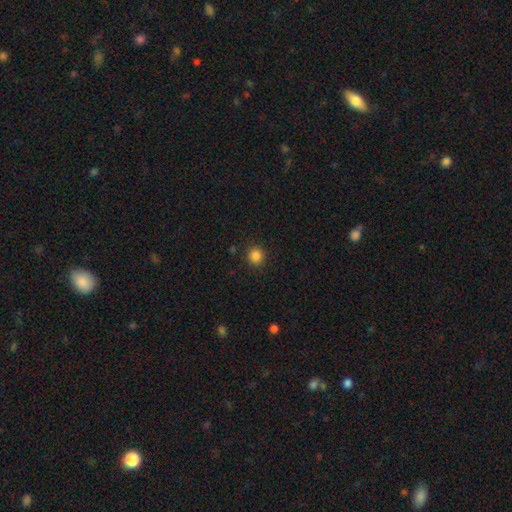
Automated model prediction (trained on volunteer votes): A smooth galaxy with no disk features (85%) that is round (91%).

Vote fractions:
- Smooth or featured? smooth: 85% / star or artifact: 11% / featured or disk: 3%
- How rounded? round: 91% / in between: 8% / cigar-shaped: 1%
- Merging? none: 90% / minor disturbance: 6% / major disturbance: 2% / merger: 1%